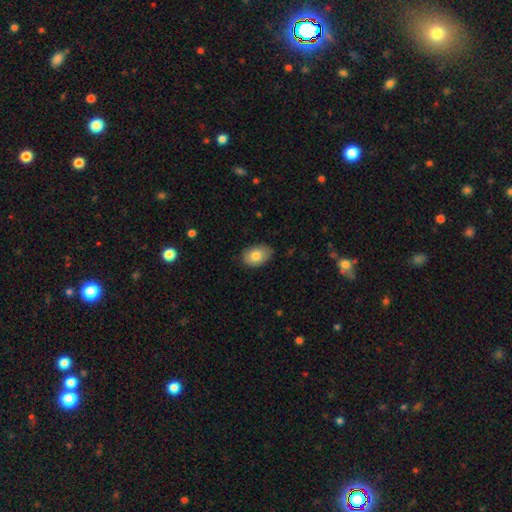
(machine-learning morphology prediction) Overall: smooth (82%). How rounded: in between (85%). Merging: none (79%).